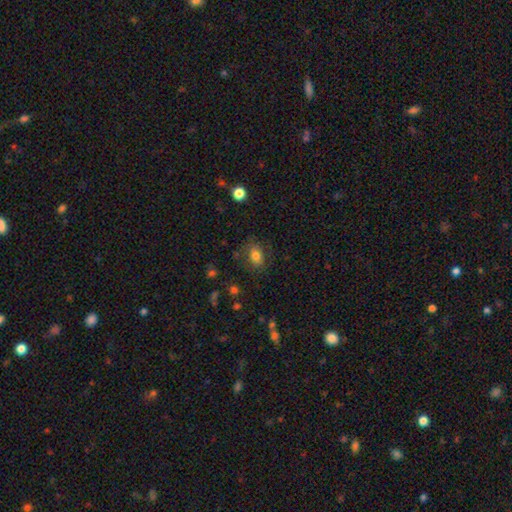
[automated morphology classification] smooth_or_featured: smooth (p=0.77) [alt: featured or disk p=0.12]
how_rounded: in between (p=0.75) [alt: round p=0.23]
merging: none (p=0.74) [alt: minor disturbance p=0.17]